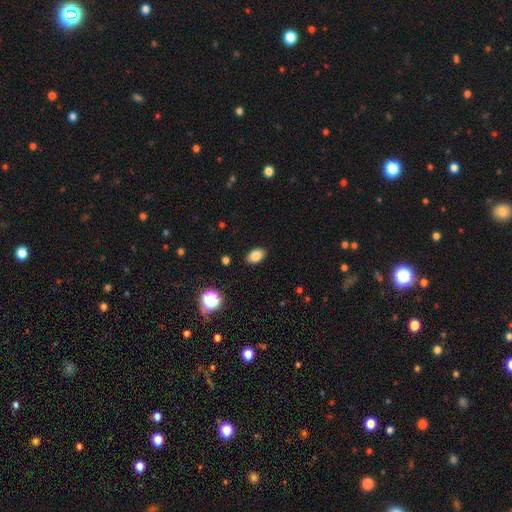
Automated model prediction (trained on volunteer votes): The model was most divided on "smooth or featured": smooth: 83%, star or artifact: 11%, featured or disk: 7%. More confident: merging — none (88%); how rounded — in between (87%).